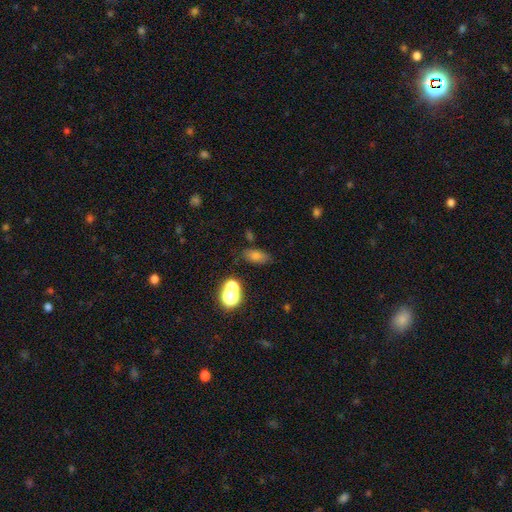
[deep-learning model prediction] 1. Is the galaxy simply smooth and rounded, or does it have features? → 69% smooth, 17% star or artifact, 14% featured or disk.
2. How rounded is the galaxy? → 80% in between, 11% round, 9% cigar-shaped.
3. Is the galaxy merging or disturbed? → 74% none, 13% minor disturbance, 8% merger, 4% major disturbance.